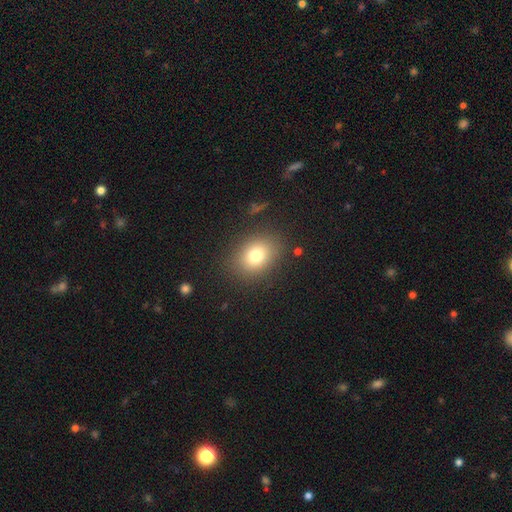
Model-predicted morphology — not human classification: Smooth or featured: smooth — 77% (star or artifact — 12%)
How rounded: in between — 55% (round — 44%)
Merging: none — 85% (minor disturbance — 10%)